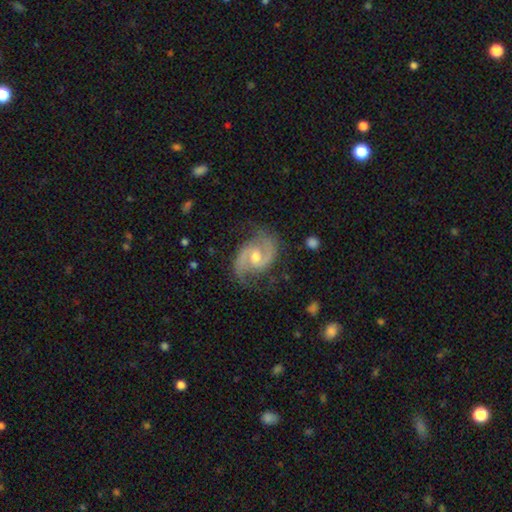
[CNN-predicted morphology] The model was most divided on "bar": weak: 45%, no: 44%, strong: 12%. More confident: edge-on disk — no (98%); spiral arms — yes (98%); spiral arm count — 2 (93%); smooth or featured — featured or disk (91%); merging — none (78%); bulge size — moderate (67%); spiral winding — medium (59%).